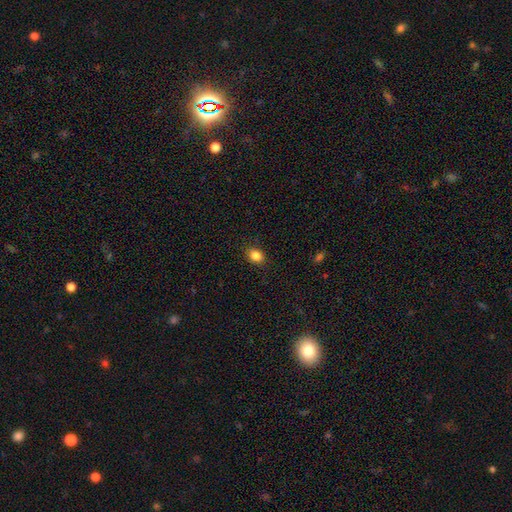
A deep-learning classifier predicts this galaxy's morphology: A smooth galaxy with no disk features (85%) that is in between round and cigar-shaped (53%). Merging: none (89%).